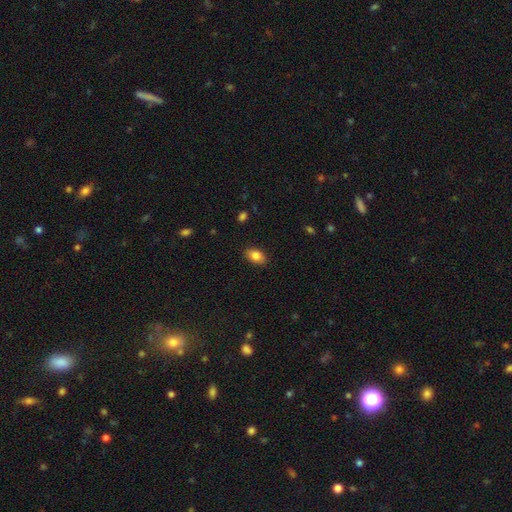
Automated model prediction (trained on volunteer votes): This appears to be a smooth galaxy with no disk features (84%) that is in between round and cigar-shaped (88%). Merging: none (88%).